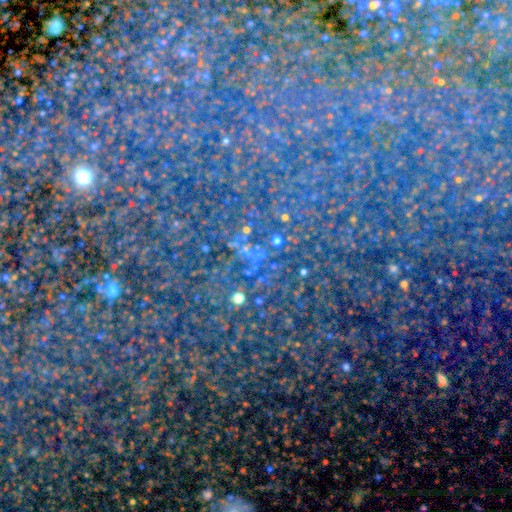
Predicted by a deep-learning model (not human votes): Smooth or featured? star or artifact (66%)